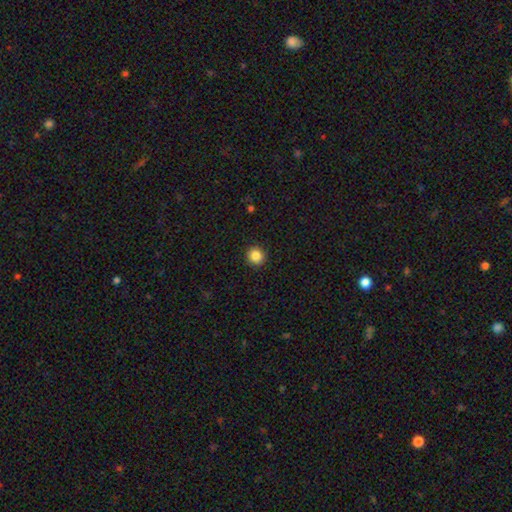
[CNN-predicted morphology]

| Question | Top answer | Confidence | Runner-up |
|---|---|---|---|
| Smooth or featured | smooth | 86% | star or artifact (10%) |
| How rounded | round | 91% | in between (8%) |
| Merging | none | 92% | minor disturbance (5%) |